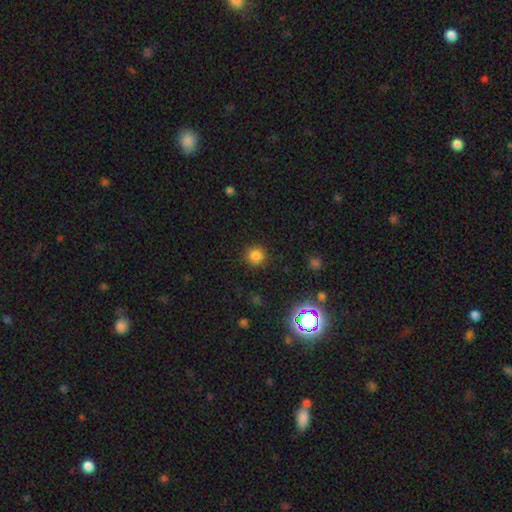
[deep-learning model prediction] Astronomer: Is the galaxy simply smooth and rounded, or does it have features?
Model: smooth — 80%.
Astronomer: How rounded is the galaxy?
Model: round — 94%.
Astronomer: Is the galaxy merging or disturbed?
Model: none — 90%.